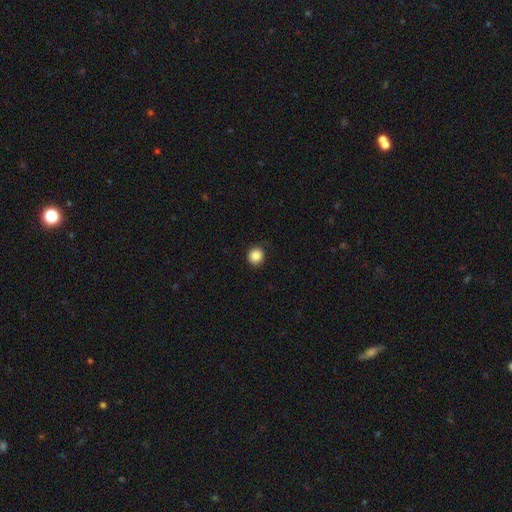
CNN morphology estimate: type=smooth (87%); roundness=round (91%); merging=none (89%).